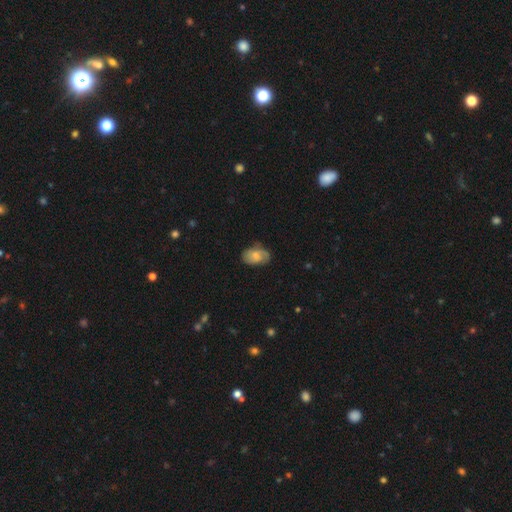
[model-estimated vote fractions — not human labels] Morphology: type=smooth (55%); roundness=in between (87%); merging=none (64%).